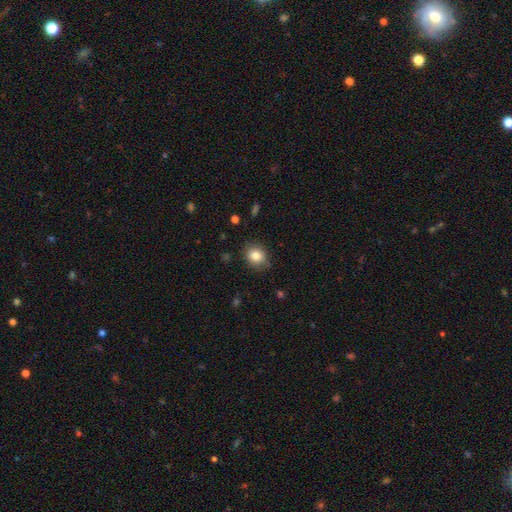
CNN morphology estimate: Smooth or featured: smooth — 82% (star or artifact — 10%)
How rounded: round — 71% (in between — 28%)
Merging: none — 83% (minor disturbance — 13%)